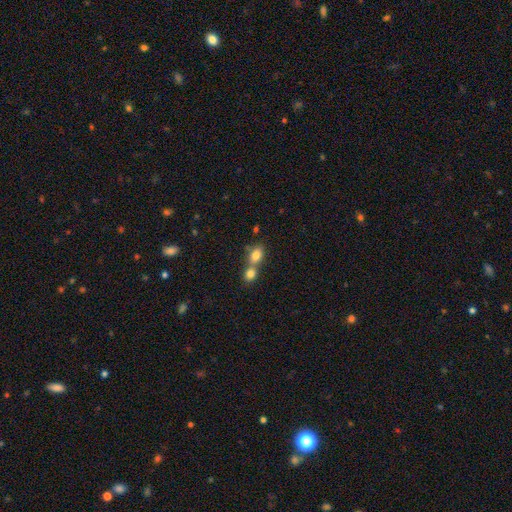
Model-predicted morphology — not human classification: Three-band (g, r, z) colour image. It shows a smooth galaxy with no disk features (81%) that is in between round and cigar-shaped (70%). Merging: merger (59%).